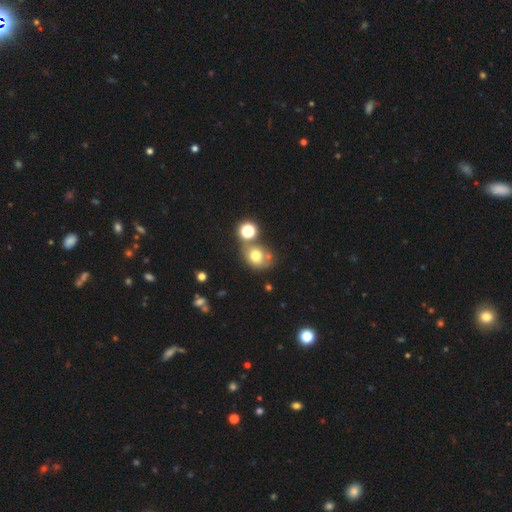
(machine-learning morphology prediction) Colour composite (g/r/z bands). It shows a smooth galaxy with no disk features (69%) that is round (64%). Merging: none (52%).